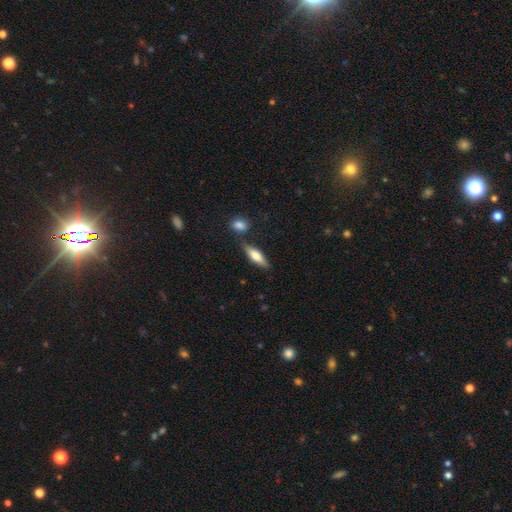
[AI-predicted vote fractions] This appears to be a smooth galaxy with no disk features (65%) that is cigar-shaped (54%). Merging: none (71%).